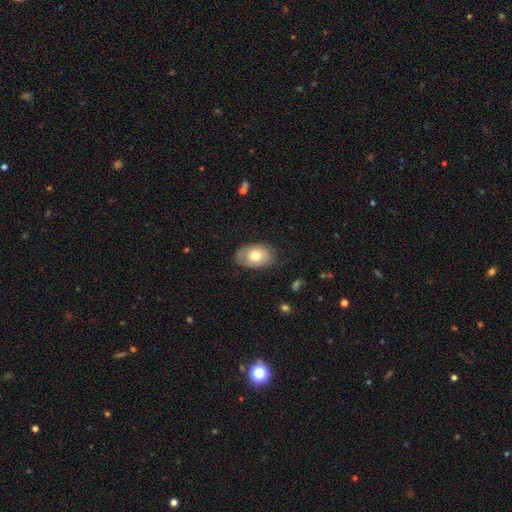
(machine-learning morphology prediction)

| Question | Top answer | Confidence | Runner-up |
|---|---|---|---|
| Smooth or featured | smooth | 72% | featured or disk (21%) |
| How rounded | in between | 86% | round (13%) |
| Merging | none | 76% | minor disturbance (19%) |